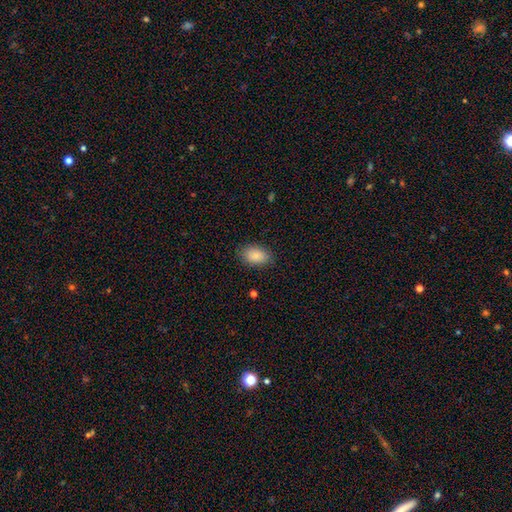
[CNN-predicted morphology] Smooth or featured: smooth — 87% (star or artifact — 7%)
How rounded: in between — 91% (round — 7%)
Merging: none — 86% (minor disturbance — 11%)